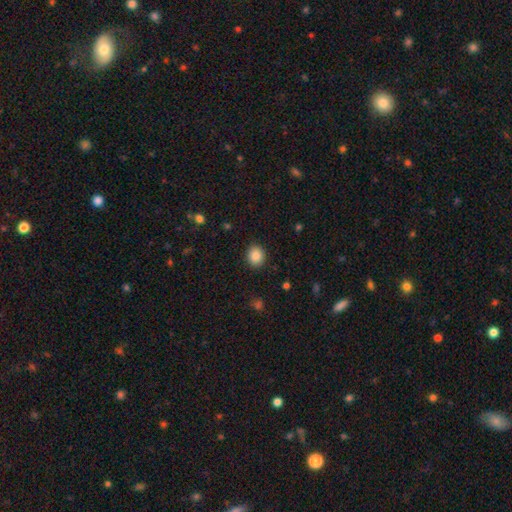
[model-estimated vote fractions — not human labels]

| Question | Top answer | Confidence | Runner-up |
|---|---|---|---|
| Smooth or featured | smooth | 87% | star or artifact (9%) |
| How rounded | round | 70% | in between (29%) |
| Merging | none | 90% | minor disturbance (7%) |